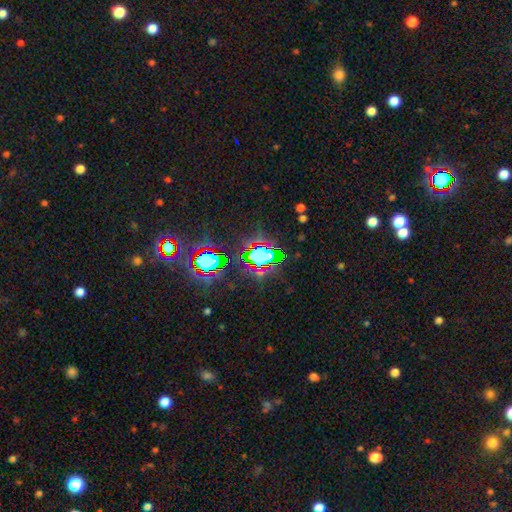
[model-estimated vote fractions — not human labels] Smooth or featured? star or artifact (66%)